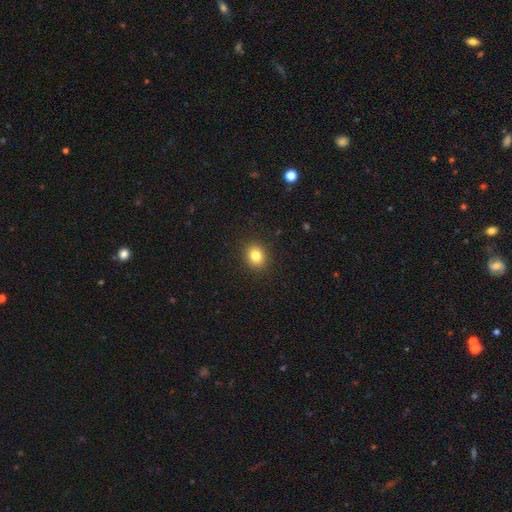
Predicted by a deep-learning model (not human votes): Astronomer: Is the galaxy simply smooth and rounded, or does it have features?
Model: smooth — 82%.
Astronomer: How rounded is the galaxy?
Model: round — 74%.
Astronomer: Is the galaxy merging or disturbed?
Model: none — 91%.